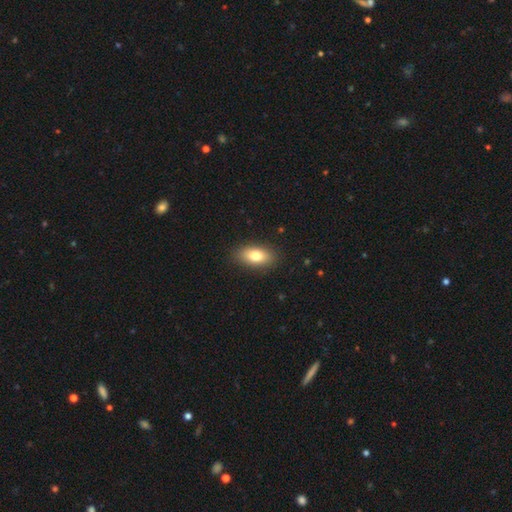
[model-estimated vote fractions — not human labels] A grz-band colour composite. It shows a smooth galaxy with no disk features (79%) that is in between round and cigar-shaped (88%). Merging: none (87%).